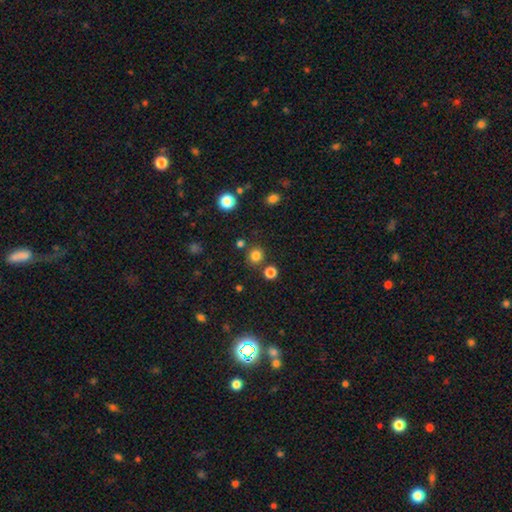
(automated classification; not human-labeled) Smooth or featured: smooth — 81% (star or artifact — 15%)
How rounded: round — 88% (in between — 11%)
Merging: none — 83% (minor disturbance — 7%)